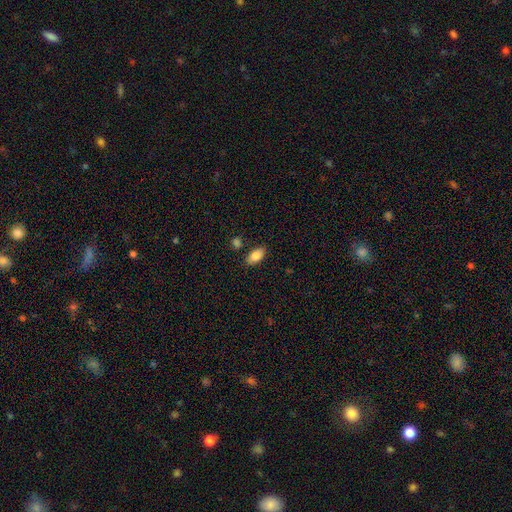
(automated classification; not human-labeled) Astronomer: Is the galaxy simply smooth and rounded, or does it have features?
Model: smooth — 85%.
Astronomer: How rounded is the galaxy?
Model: in between — 91%.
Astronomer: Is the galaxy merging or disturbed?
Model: none — 82%.